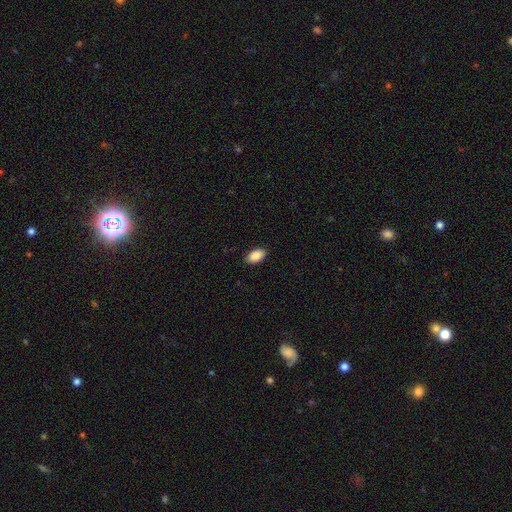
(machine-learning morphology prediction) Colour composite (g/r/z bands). It shows a smooth galaxy with no disk features (89%) that is in between round and cigar-shaped (94%). Merging: none (88%).